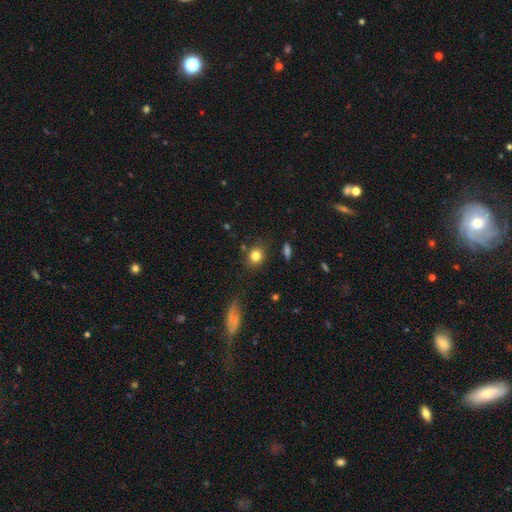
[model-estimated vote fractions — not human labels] A smooth galaxy with no disk features (82%) that is round (67%). Merging: none (80%).